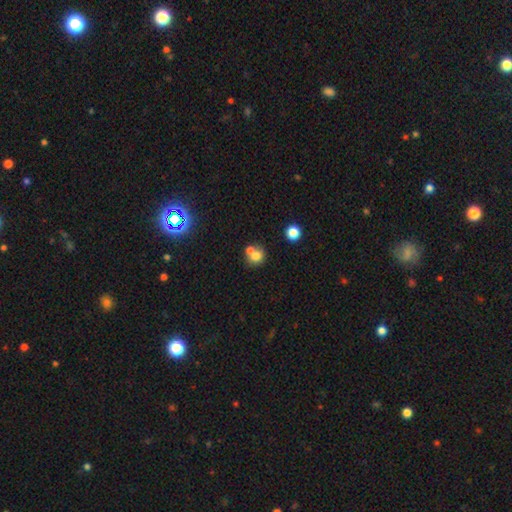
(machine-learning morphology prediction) type=smooth (73%); roundness=round (77%); merging=none (45%).